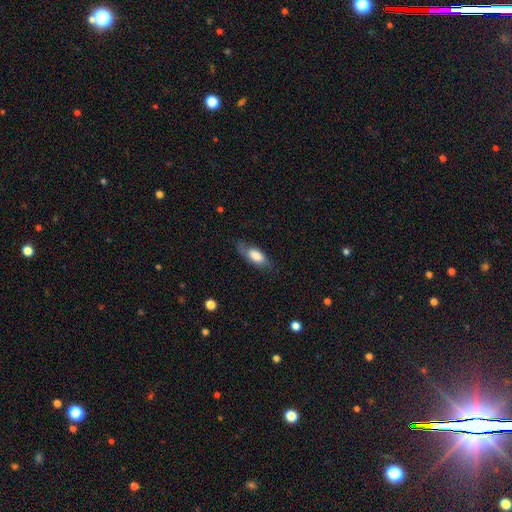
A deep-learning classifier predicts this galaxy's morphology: smooth 73%, featured or disk 20%, star or artifact 7%. Down the decision tree: how rounded — in between (78%); merging — none (67%).